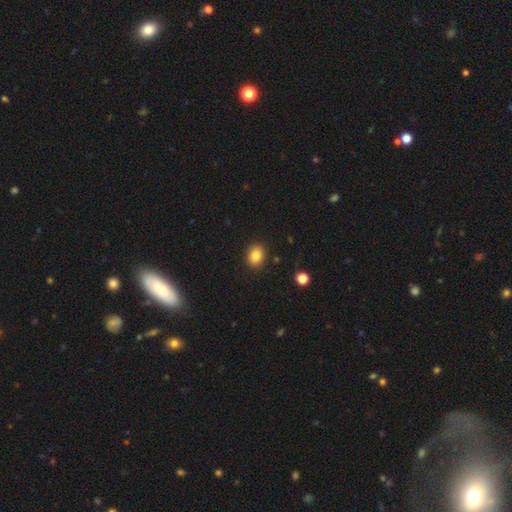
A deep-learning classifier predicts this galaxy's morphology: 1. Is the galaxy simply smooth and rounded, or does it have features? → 83% smooth, 10% star or artifact, 7% featured or disk.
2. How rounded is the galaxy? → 50% round, 49% in between, 1% cigar-shaped.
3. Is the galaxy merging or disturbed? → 89% none, 8% minor disturbance, 2% major disturbance, 1% merger.